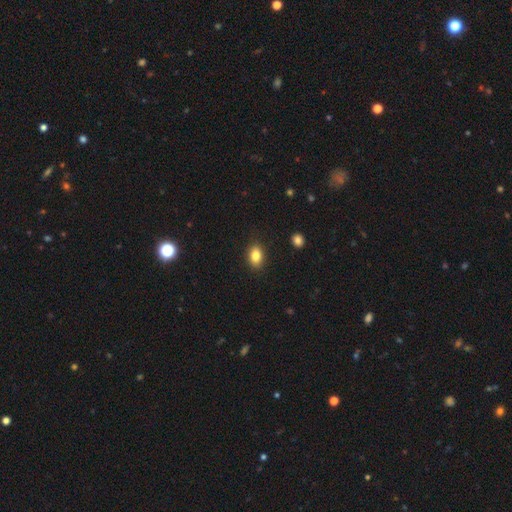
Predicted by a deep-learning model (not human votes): smooth-or-featured: smooth: 84% | star or artifact: 9% | featured or disk: 7%
  how-rounded: in between: 81% | round: 17% | cigar-shaped: 2%
  merging: none: 88% | minor disturbance: 9% | major disturbance: 2% | merger: 1%